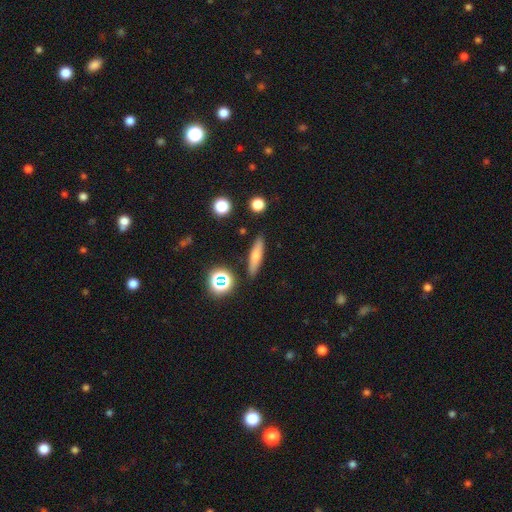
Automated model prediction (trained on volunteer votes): Morphology: type=smooth (63%); roundness=cigar-shaped (75%); merging=none (87%).